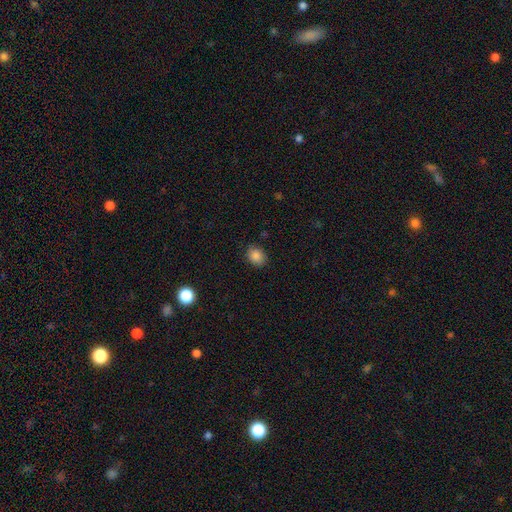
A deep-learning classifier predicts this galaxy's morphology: This appears to be a smooth galaxy with no disk features (85%) that is round (51%). Merging: none (87%).